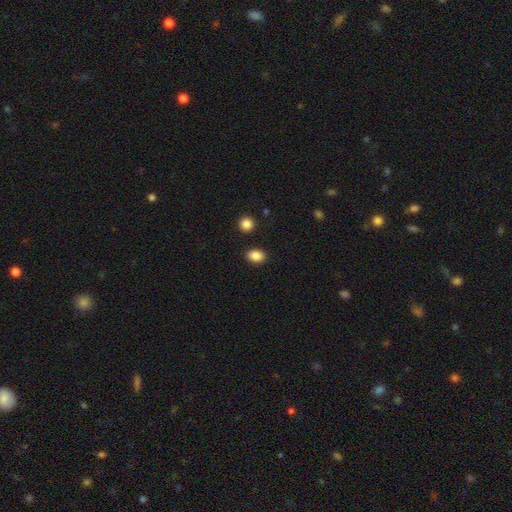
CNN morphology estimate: smooth 87%, star or artifact 9%, featured or disk 4%. Down the decision tree: how rounded — in between (65%); merging — none (88%).